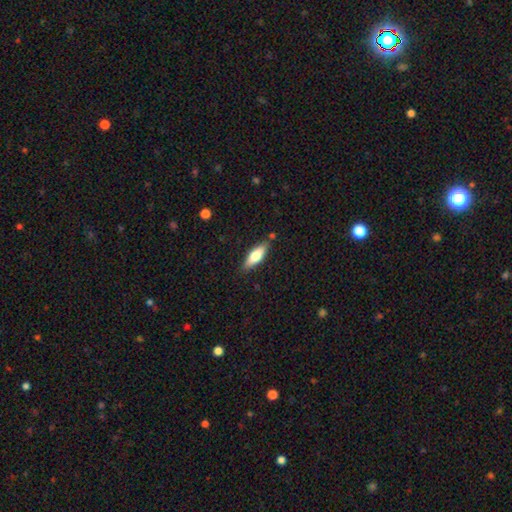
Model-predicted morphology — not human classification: A smooth galaxy with no disk features (66%) that is in between round and cigar-shaped (58%). Merging: none (83%).